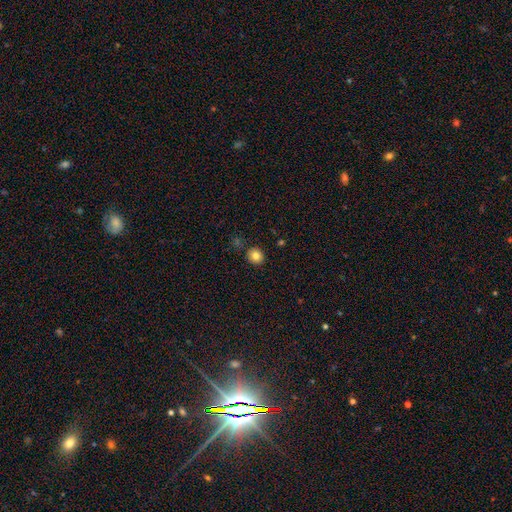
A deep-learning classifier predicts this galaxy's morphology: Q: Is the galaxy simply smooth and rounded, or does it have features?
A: smooth — 82%.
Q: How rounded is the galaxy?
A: round — 84%.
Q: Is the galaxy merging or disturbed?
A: none — 87%.